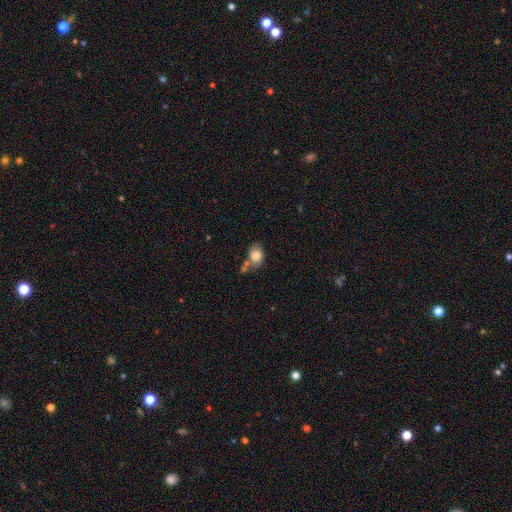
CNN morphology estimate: Smooth or featured?
  - smooth: 79% *
  - featured or disk: 13%
  - star or artifact: 8%
How rounded?
  - in between: 66% *
  - round: 33%
  - cigar-shaped: 1%
Merging?
  - none: 47% *
  - merger: 24%
  - minor disturbance: 22%
  - major disturbance: 8%